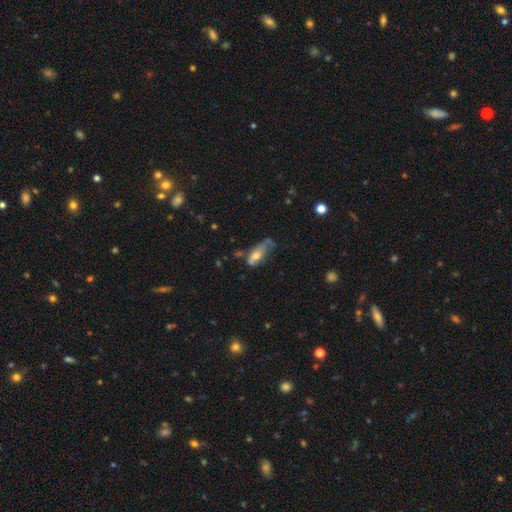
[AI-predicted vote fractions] Smooth or featured? Predicted: smooth (p=0.58). How rounded? Predicted: in between (p=0.74). Merging? Predicted: major disturbance (p=0.33).